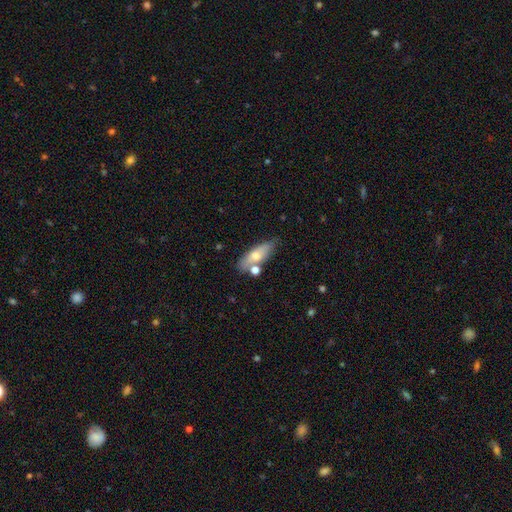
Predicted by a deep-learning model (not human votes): The model was most divided on "how rounded": in between: 58%, cigar-shaped: 38%, round: 3%. More confident: merging — none (68%); smooth or featured — smooth (61%).